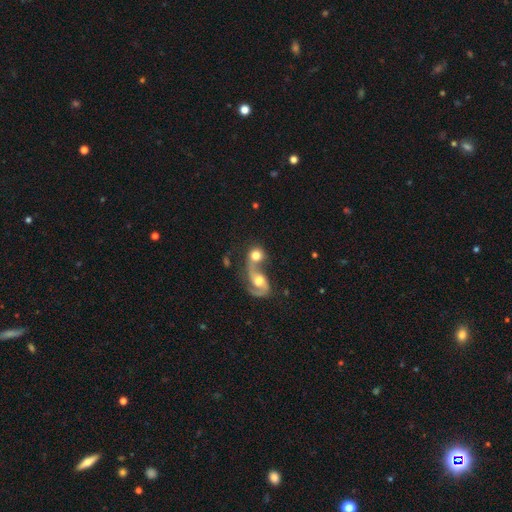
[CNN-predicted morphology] smooth 56%, featured or disk 36%, star or artifact 8%. Down the decision tree: how rounded — round (70%); merging — merger (70%).